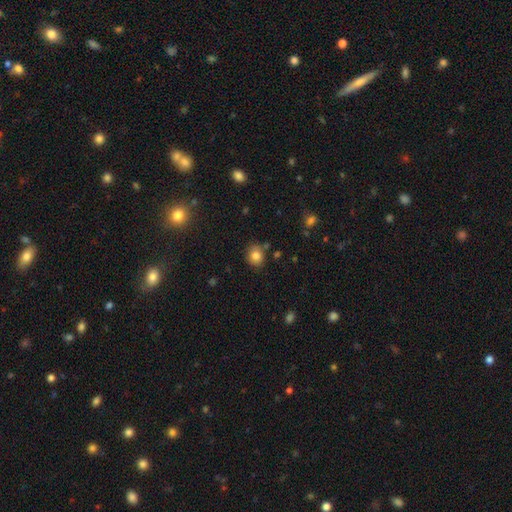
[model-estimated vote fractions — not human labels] A smooth galaxy with no disk features (82%) that is round (70%). Merging: none (79%).